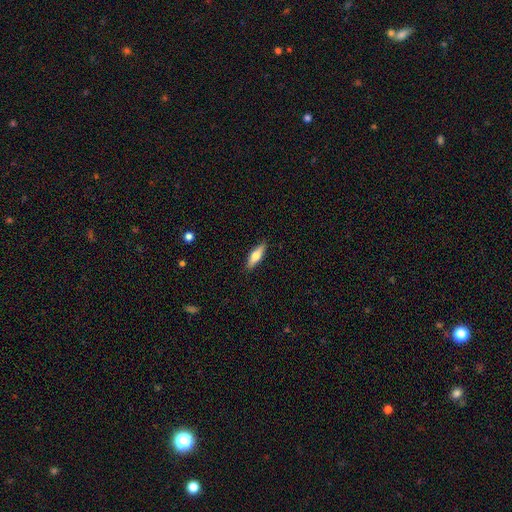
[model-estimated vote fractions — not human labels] This is likely a smooth galaxy (63%). How rounded: possibly cigar-shaped (52%). Merging: clearly none (89%).